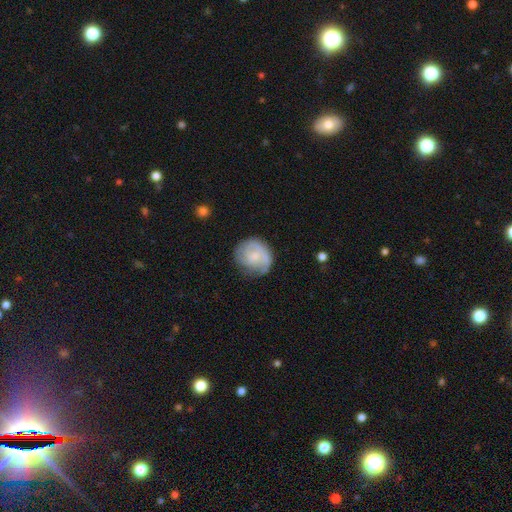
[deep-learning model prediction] Overall: featured or disk (59%; smooth 35%). Edge-on disk: no (98%). Bar: no (65%; weak 31%). Spiral arms: yes (85%). Bulge size: small (45%; moderate 29%). Merging: none (64%).